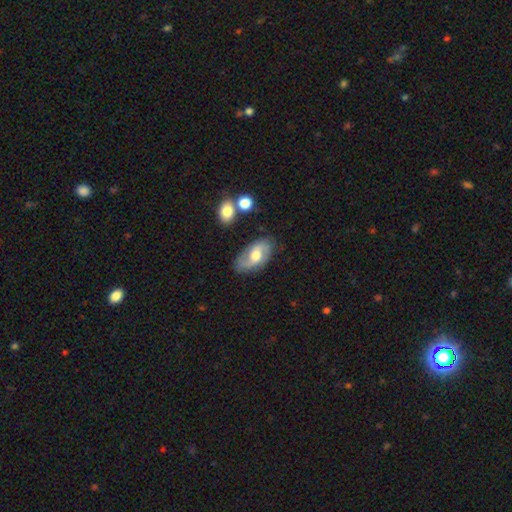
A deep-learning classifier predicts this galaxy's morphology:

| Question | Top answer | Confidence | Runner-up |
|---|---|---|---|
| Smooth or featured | featured or disk | 68% | smooth (26%) |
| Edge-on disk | no | 94% | yes (6%) |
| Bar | no | 46% | weak (44%) |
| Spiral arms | yes | 88% | no (12%) |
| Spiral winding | medium | 43% | loose (41%) |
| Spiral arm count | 2 | 87% | can't tell (7%) |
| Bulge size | moderate | 69% | large (18%) |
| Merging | none | 76% | minor disturbance (16%) |